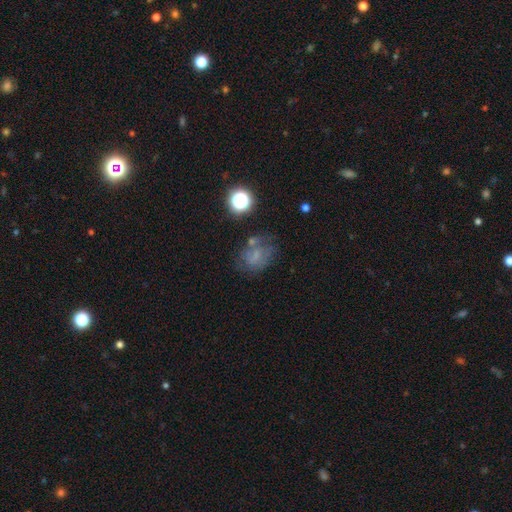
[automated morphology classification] The model was most divided on "smooth or featured": smooth: 45%, featured or disk: 35%, star or artifact: 21%. More confident: merging — none (51%).